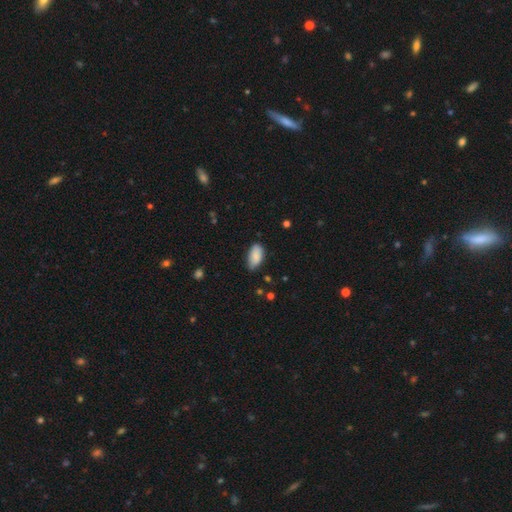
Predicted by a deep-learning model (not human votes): This appears to be a smooth galaxy with no disk features (88%) that is in between round and cigar-shaped (93%). Merging: none (70%).